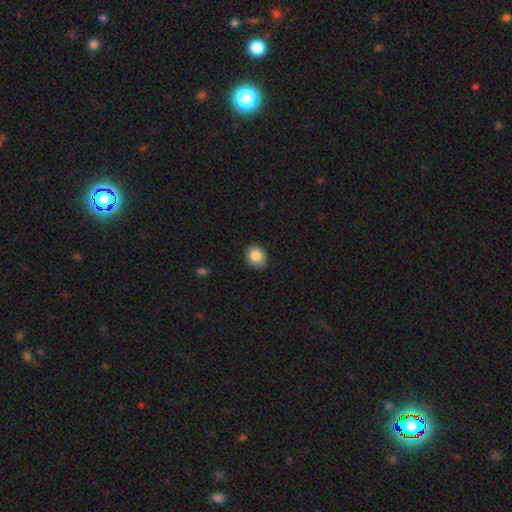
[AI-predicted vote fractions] Smooth or featured? Predicted: smooth (p=0.85). How rounded? Predicted: round (p=0.72). Merging? Predicted: none (p=0.82).